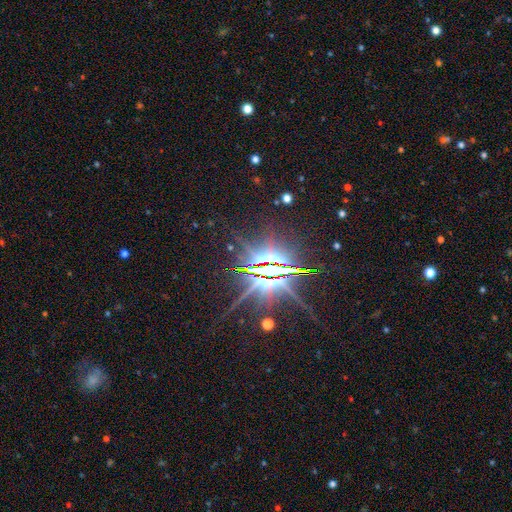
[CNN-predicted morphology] smooth_or_featured: star or artifact (p=0.80) [alt: featured or disk p=0.14]